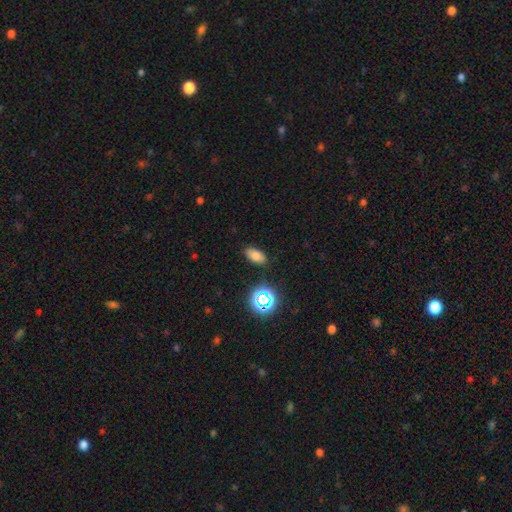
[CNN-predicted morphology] A smooth galaxy with no disk features (75%) that is in between round and cigar-shaped (90%).

Vote fractions:
- Smooth or featured? smooth: 75% / star or artifact: 17% / featured or disk: 8%
- How rounded? in between: 90% / round: 6% / cigar-shaped: 4%
- Merging? none: 86% / minor disturbance: 10% / major disturbance: 3% / merger: 2%